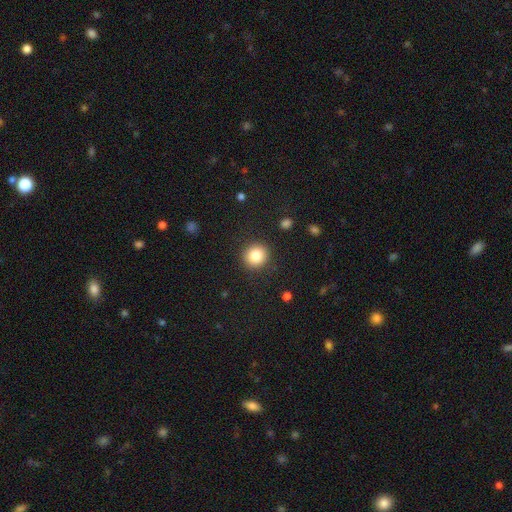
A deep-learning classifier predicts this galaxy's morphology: type=smooth (84%); roundness=round (91%); merging=none (90%).